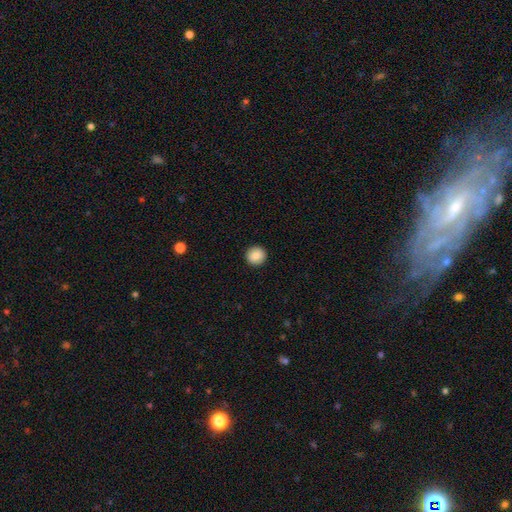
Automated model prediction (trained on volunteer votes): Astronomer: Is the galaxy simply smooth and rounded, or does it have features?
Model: smooth — 87%.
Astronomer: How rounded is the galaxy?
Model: round — 95%.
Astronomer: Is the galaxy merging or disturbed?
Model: none — 93%.